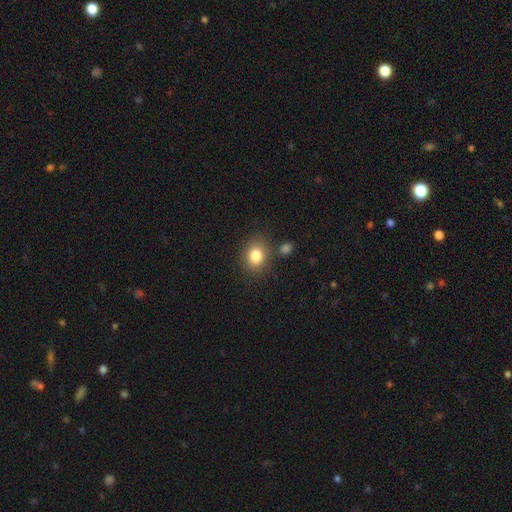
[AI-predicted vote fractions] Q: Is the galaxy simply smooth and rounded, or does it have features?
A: smooth — 83%.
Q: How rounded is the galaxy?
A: round — 57%.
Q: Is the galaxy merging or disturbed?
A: none — 77%.